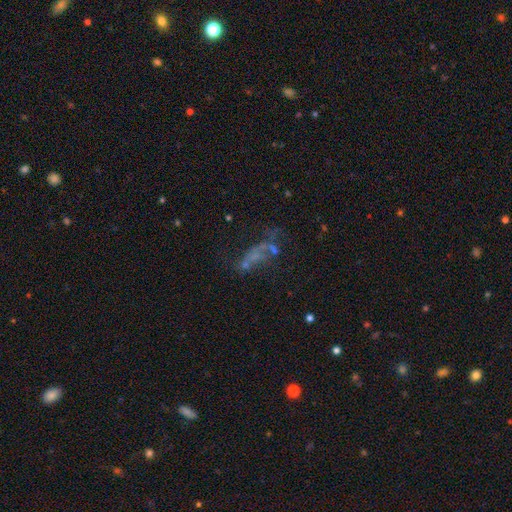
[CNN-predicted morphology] Smooth or featured: featured or disk — 49% (smooth — 27%)
Merging: major disturbance — 33% (none — 32%)